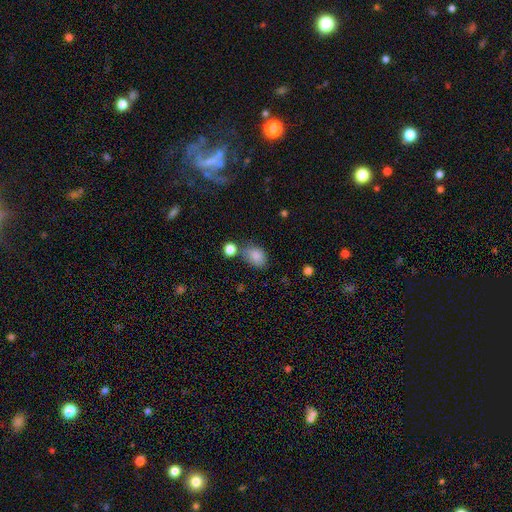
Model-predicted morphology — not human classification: Smooth or featured? Predicted: smooth (p=0.85). How rounded? Predicted: in between (p=0.73). Merging? Predicted: none (p=0.52).